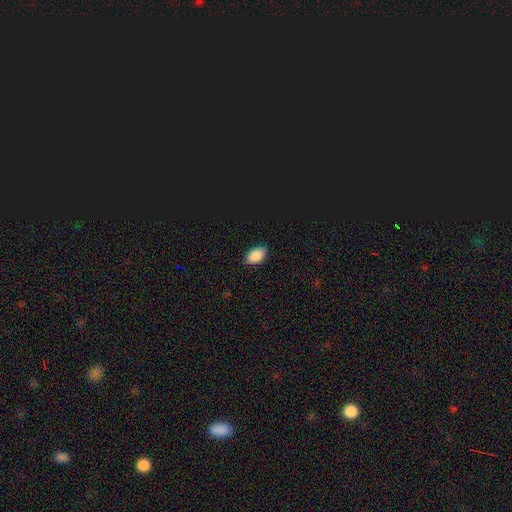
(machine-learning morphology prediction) A smooth galaxy with no disk features (86%) that is in between round and cigar-shaped (91%).

Vote fractions:
- Smooth or featured? smooth: 86% / star or artifact: 9% / featured or disk: 5%
- How rounded? in between: 91% / round: 8% / cigar-shaped: 1%
- Merging? none: 83% / minor disturbance: 13% / major disturbance: 2% / merger: 1%